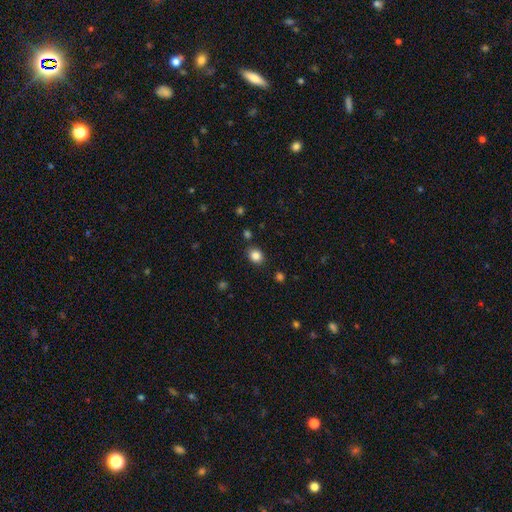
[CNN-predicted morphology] A smooth galaxy with no disk features (84%) that is round (57%). Merging: none (85%).